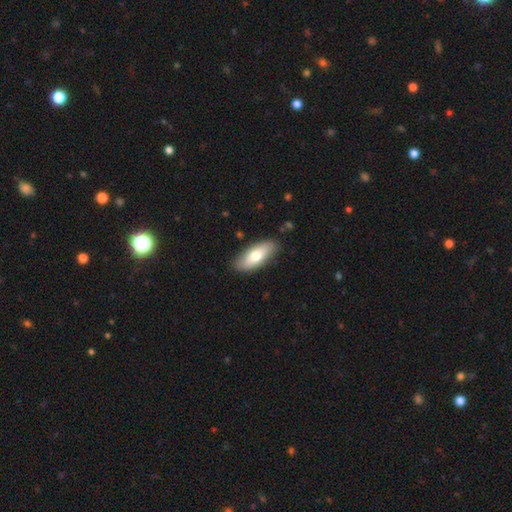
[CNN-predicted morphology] A smooth galaxy with no disk features (71%) that is in between round and cigar-shaped (80%). Merging: none (86%).